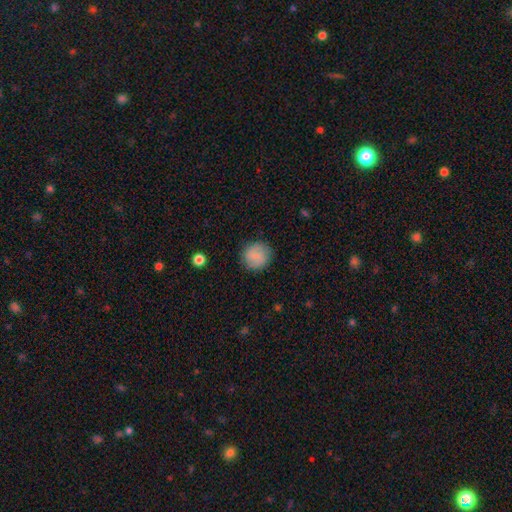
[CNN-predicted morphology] smooth_or_featured: smooth (p=0.82) [alt: featured or disk p=0.11]
how_rounded: round (p=0.89) [alt: in between p=0.10]
merging: none (p=0.86) [alt: minor disturbance p=0.10]